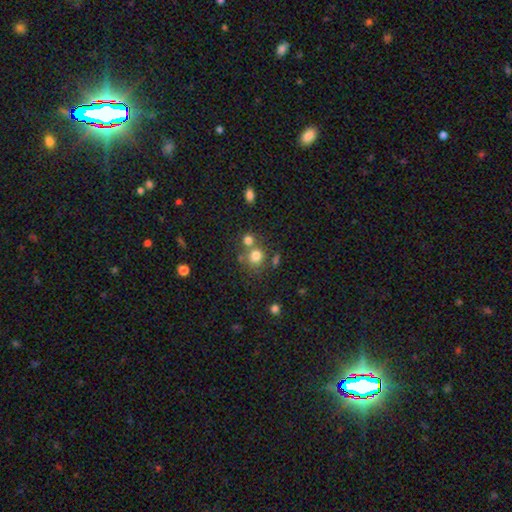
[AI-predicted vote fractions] Overall: smooth (77%). How rounded: round (86%). Merging: none (57%; merger 31%).